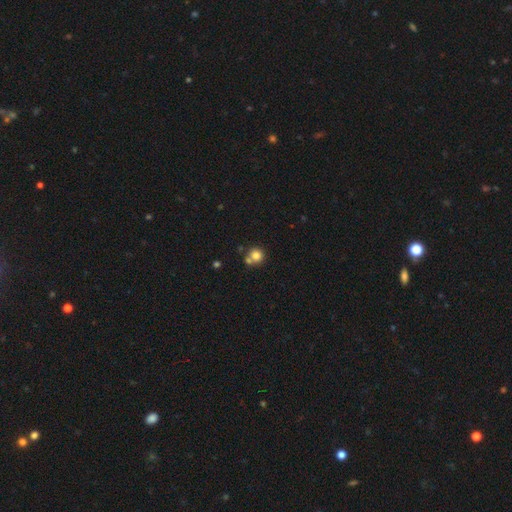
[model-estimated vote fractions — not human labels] Overall: smooth (80%). How rounded: round (90%). Merging: none (59%; merger 28%).